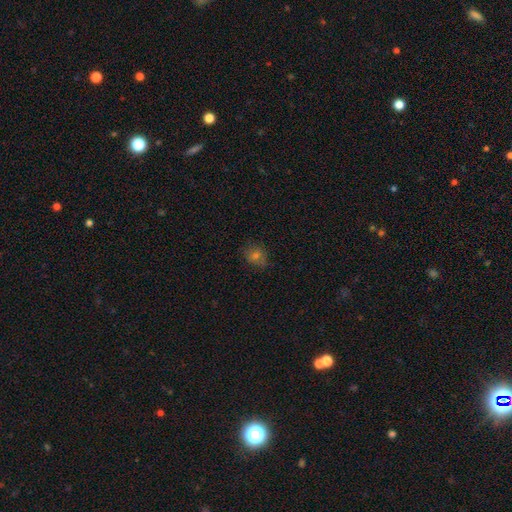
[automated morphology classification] Smooth or featured? smooth (63%)
How rounded? round (62%)
Merging? none (79%)